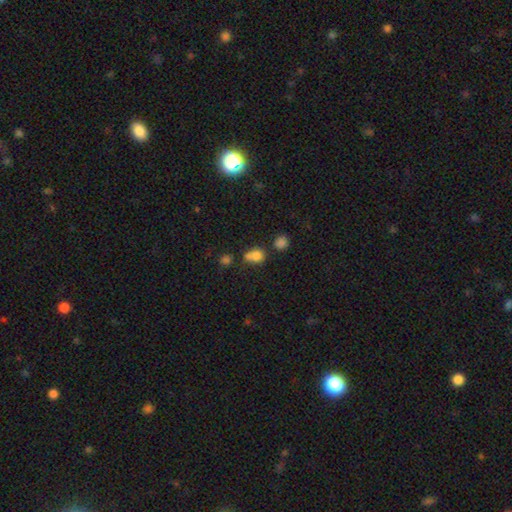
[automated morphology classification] A smooth galaxy with no disk features (77%) that is round (72%). Merging: none (42%).